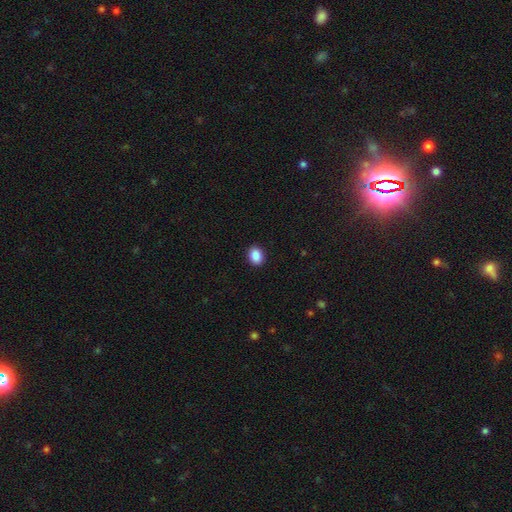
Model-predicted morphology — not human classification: A smooth galaxy with no disk features (89%) that is in between round and cigar-shaped (62%). Merging: none (91%).